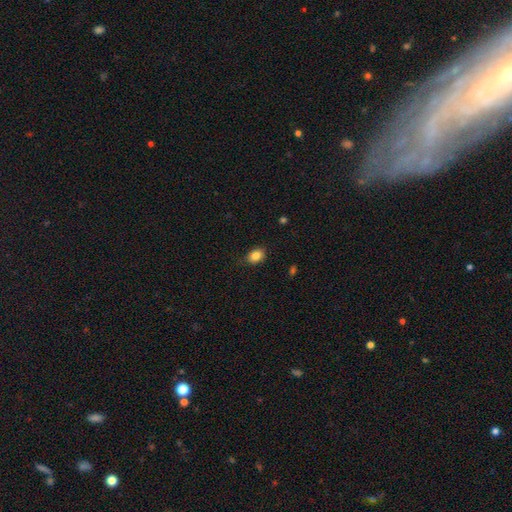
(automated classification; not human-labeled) Q: Smooth or featured?
A: smooth (83%); runner-up: star or artifact (10%)
Q: How rounded?
A: in between (60%); runner-up: round (39%)
Q: Merging?
A: none (78%); runner-up: minor disturbance (18%)